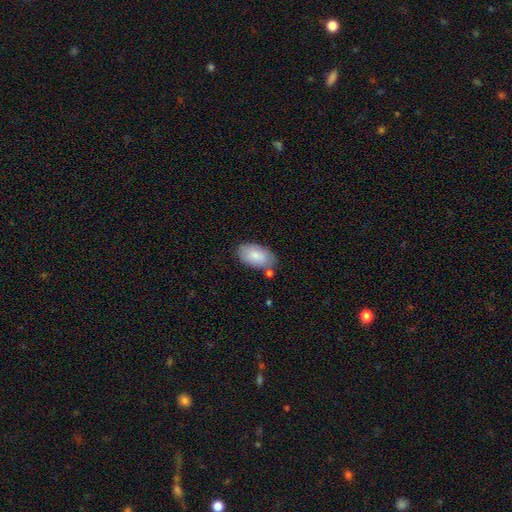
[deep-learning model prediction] This is clearly a smooth galaxy (83%). How rounded: clearly in between (95%). Merging: likely none (72%).